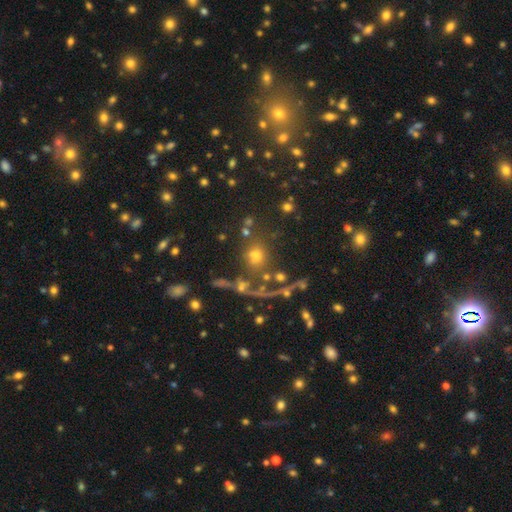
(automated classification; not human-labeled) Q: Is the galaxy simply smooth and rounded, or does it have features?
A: smooth — 61%.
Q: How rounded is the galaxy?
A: round — 82%.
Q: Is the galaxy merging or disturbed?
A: none — 60%.